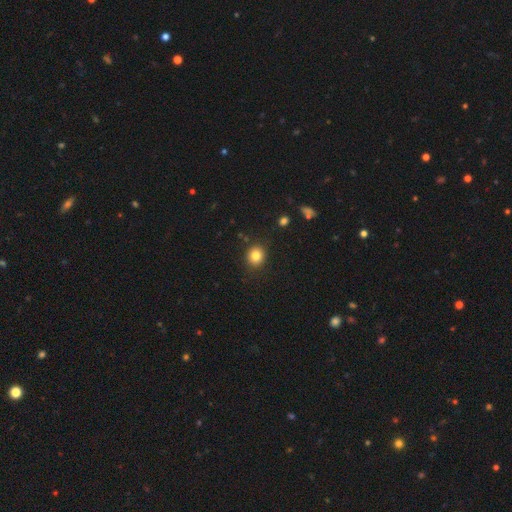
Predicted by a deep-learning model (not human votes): smooth_or_featured: smooth (p=0.82) [alt: star or artifact p=0.11]
how_rounded: round (p=0.79) [alt: in between p=0.21]
merging: none (p=0.88) [alt: minor disturbance p=0.08]